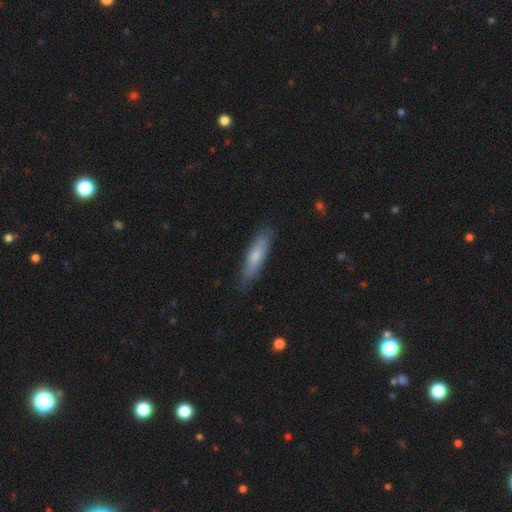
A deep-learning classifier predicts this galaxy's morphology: A smooth galaxy with no disk features (68%) that is cigar-shaped (70%). Merging: none (82%).